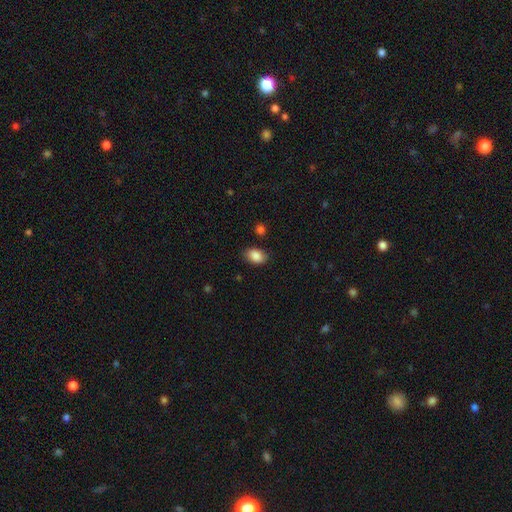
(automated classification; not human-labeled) Q: Smooth or featured?
A: smooth (88%); runner-up: star or artifact (7%)
Q: How rounded?
A: in between (87%); runner-up: round (12%)
Q: Merging?
A: none (83%); runner-up: minor disturbance (12%)